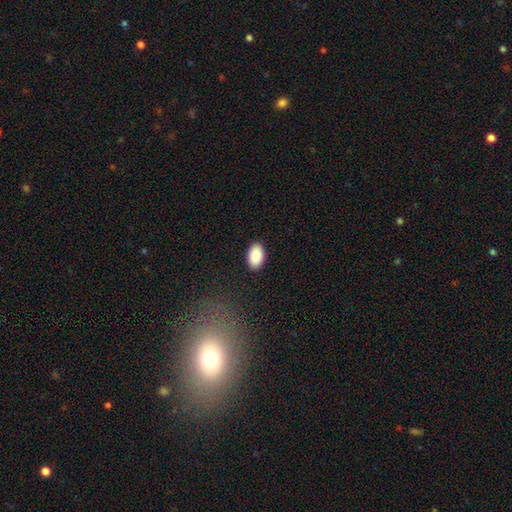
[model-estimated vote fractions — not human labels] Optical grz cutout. It shows a smooth galaxy with no disk features (90%) that is in between round and cigar-shaped (94%). Merging: none (89%).